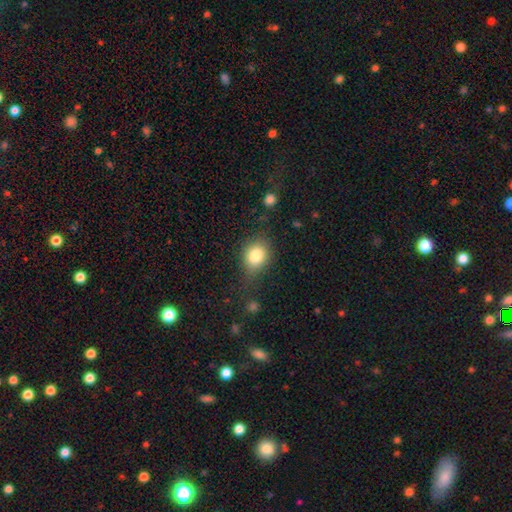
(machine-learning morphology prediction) Overall: smooth (82%). How rounded: in between (50%; round 49%). Merging: none (63%; minor disturbance 24%).